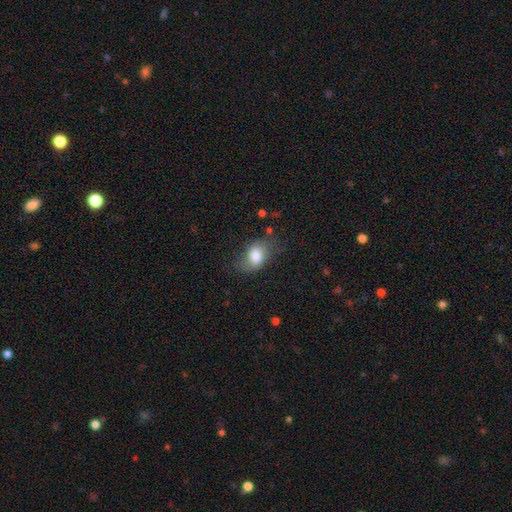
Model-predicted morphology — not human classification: Smooth or featured: smooth — 73% (featured or disk — 20%)
How rounded: in between — 84% (round — 15%)
Merging: none — 62% (minor disturbance — 26%)